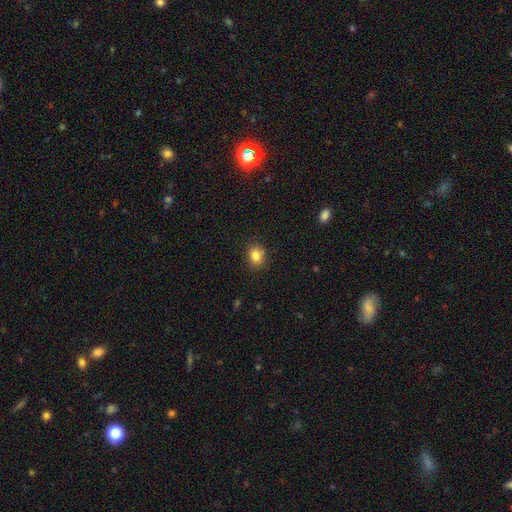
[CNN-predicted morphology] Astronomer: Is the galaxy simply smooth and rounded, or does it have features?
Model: smooth — 83%.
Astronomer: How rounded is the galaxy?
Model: round — 59% (runner-up: in between, 40%).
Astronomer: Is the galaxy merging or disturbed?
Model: none — 84%.